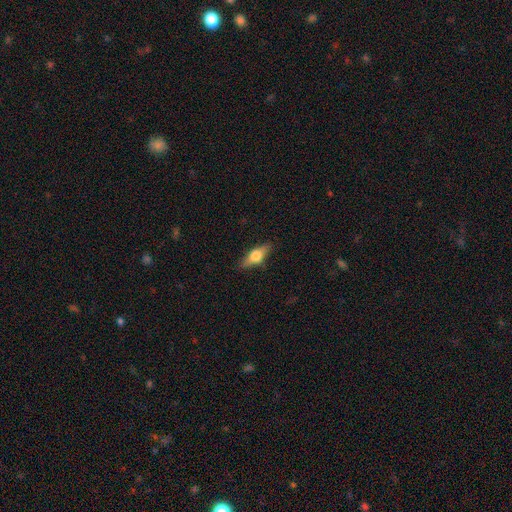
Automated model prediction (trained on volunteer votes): Q: Smooth or featured?
A: smooth (50%); runner-up: featured or disk (43%)
Q: How rounded?
A: in between (56%); runner-up: cigar-shaped (39%)
Q: Merging?
A: none (85%); runner-up: minor disturbance (11%)